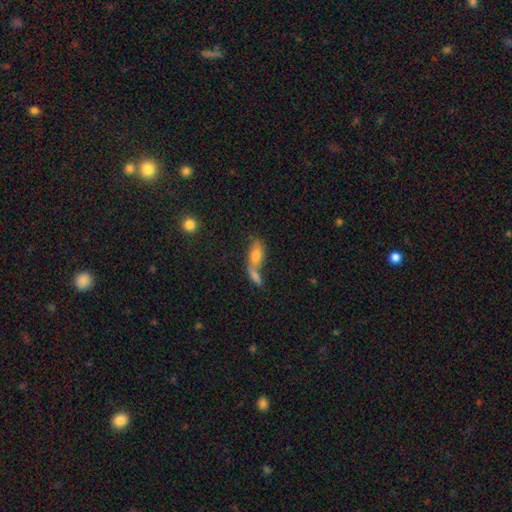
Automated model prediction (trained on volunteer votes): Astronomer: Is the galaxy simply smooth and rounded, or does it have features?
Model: smooth — 62%.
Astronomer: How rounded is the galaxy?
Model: in between — 77%.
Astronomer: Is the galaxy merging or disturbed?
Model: merger — 59%.